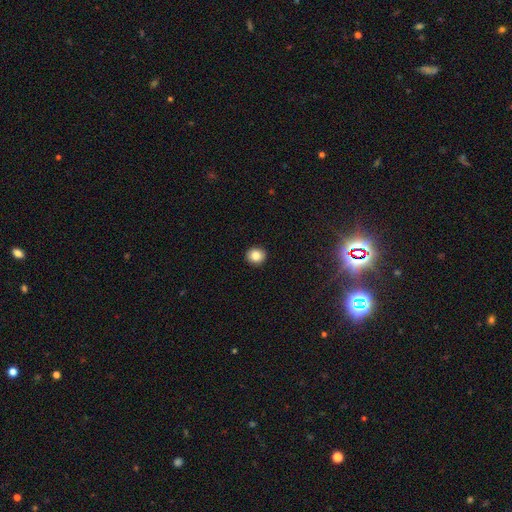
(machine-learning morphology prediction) This is clearly a smooth galaxy (86%). How rounded: clearly round (83%). Merging: clearly none (92%).